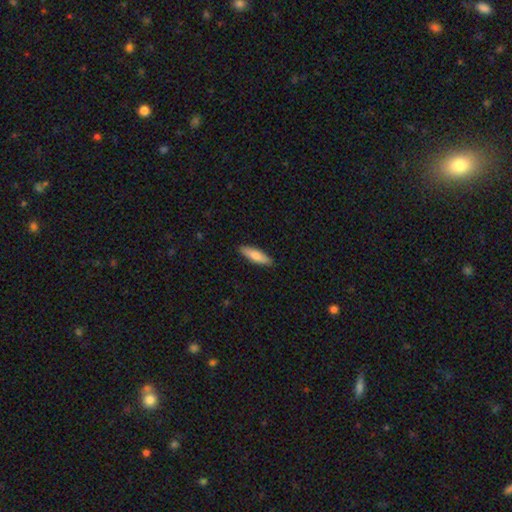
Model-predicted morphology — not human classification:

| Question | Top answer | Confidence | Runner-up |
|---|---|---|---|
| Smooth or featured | smooth | 79% | featured or disk (16%) |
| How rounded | cigar-shaped | 65% | in between (34%) |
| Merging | none | 89% | minor disturbance (8%) |